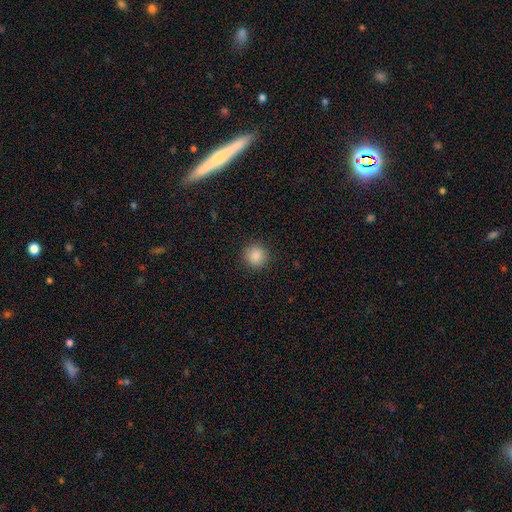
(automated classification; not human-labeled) Smooth or featured: smooth — 86% (star or artifact — 10%)
How rounded: round — 93% (in between — 6%)
Merging: none — 91% (minor disturbance — 6%)